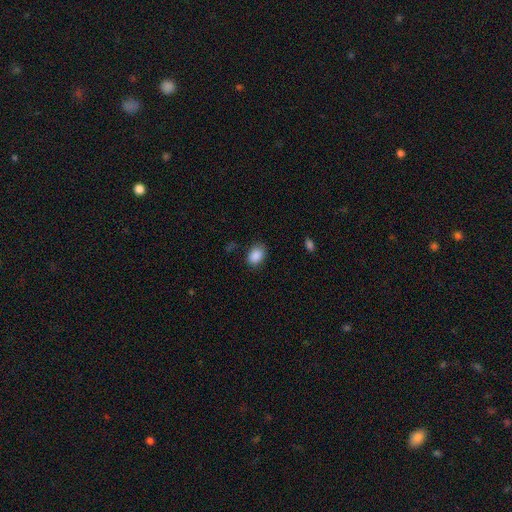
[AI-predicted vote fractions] smooth 88%, star or artifact 8%, featured or disk 4%. Down the decision tree: how rounded — in between (77%); merging — none (81%).